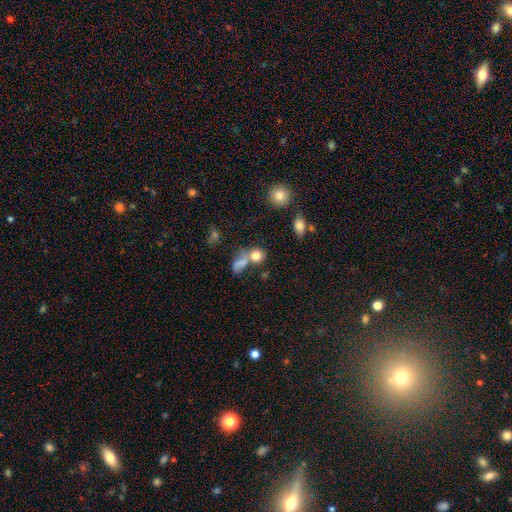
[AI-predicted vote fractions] Smooth or featured? Predicted: smooth (p=0.79). How rounded? Predicted: round (p=0.77). Merging? Predicted: none (p=0.46).